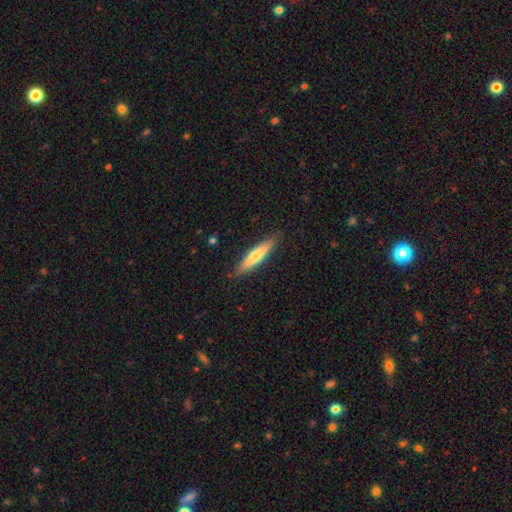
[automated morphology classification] This appears to be a smooth galaxy with no disk features (63%) that is cigar-shaped (83%). Merging: none (88%).